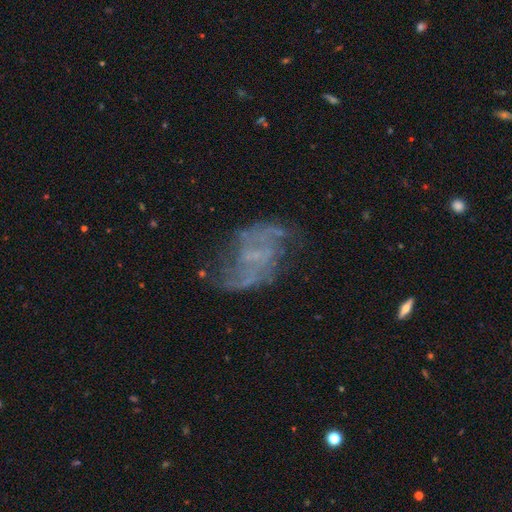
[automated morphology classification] This is likely a featured or disk galaxy (76%). It is clearly not viewed edge-on (97%). Bar: possibly no (50%). Spiral arm pattern: clearly yes (80%). Spiral arm count: likely 2 (77%). Spiral winding: possibly loose (56%). Central bulge: likely none (62%). Merging: possibly none (58%).